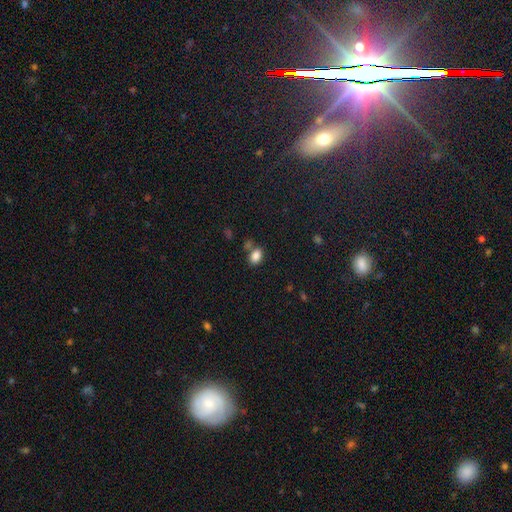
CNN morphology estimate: Overall: smooth (84%). How rounded: in between (82%). Merging: none (62%).